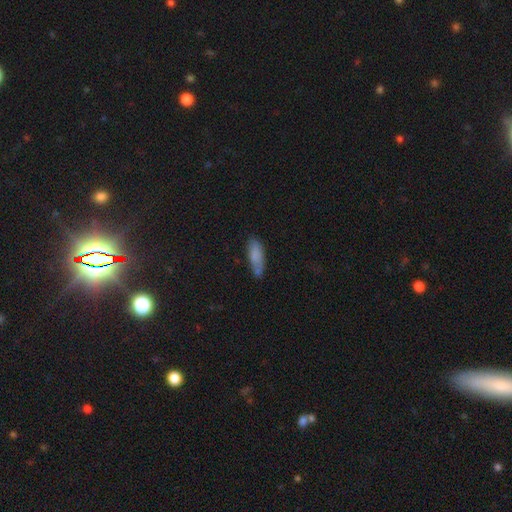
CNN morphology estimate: smooth_or_featured: smooth (p=0.79) [alt: featured or disk p=0.13]
how_rounded: in between (p=0.55) [alt: cigar-shaped p=0.44]
merging: none (p=0.63) [alt: minor disturbance p=0.27]